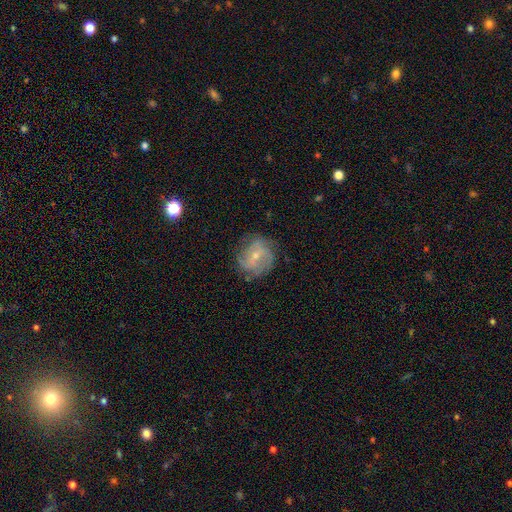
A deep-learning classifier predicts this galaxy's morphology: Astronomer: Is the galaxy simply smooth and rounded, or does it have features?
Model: featured or disk — 66%.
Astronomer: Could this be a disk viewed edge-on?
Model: no — 97%.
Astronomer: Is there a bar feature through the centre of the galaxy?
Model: no — 46% (runner-up: weak, 43%).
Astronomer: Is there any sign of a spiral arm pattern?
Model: yes — 82%.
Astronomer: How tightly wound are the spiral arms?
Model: medium — 41% (runner-up: tight, 36%).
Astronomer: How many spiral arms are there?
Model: can't tell — 34%, tied with 2 at 34%.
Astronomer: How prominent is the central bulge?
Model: small — 64%.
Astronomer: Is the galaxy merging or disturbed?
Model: none — 72%.